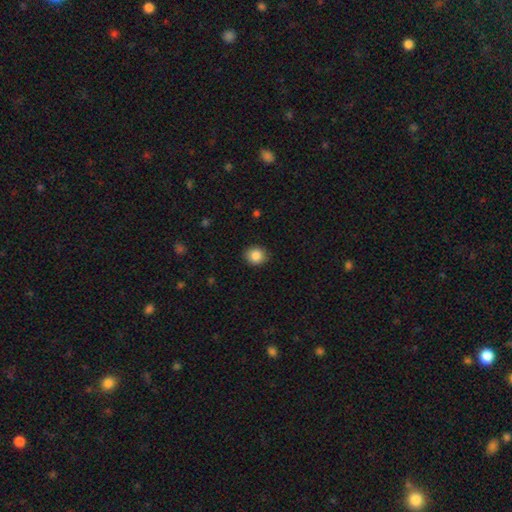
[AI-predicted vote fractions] smooth-or-featured: smooth: 86% | star or artifact: 9% | featured or disk: 5%
  how-rounded: round: 74% | in between: 25% | cigar-shaped: 1%
  merging: none: 87% | minor disturbance: 10% | major disturbance: 2% | merger: 1%